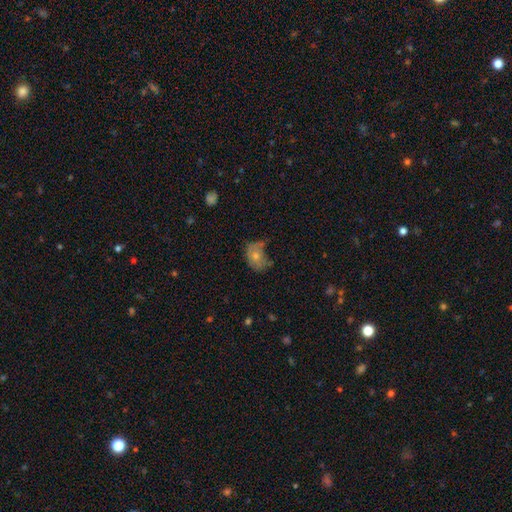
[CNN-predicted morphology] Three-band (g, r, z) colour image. It shows a smooth galaxy with no disk features (60%) that is in between round and cigar-shaped (67%). Merging: none (36%).